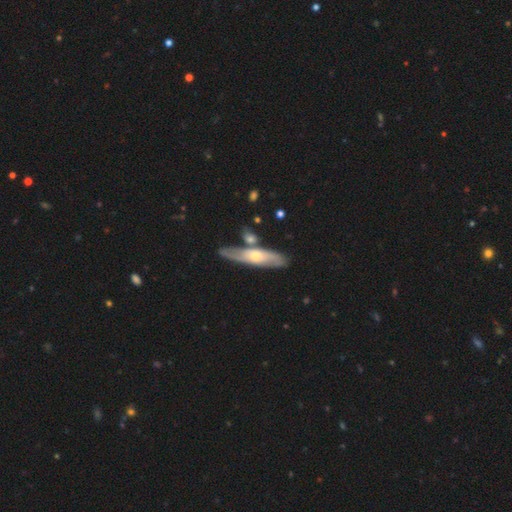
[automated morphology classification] A featured or disk galaxy (58%) viewed edge-on (52%).

Vote fractions:
- Smooth or featured? featured or disk: 58% / smooth: 37% / star or artifact: 5%
- Edge-on disk? yes: 52% / no: 48%
- Merging? none: 65% / minor disturbance: 17% / merger: 14% / major disturbance: 5%